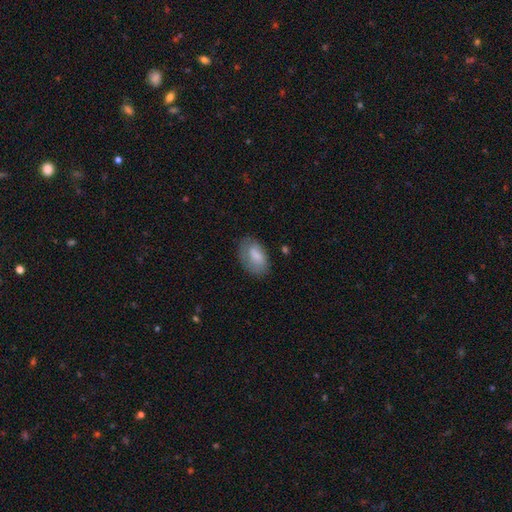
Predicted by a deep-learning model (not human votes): Smooth or featured: smooth — 76% (featured or disk — 17%)
How rounded: in between — 91% (round — 7%)
Merging: none — 64% (minor disturbance — 25%)